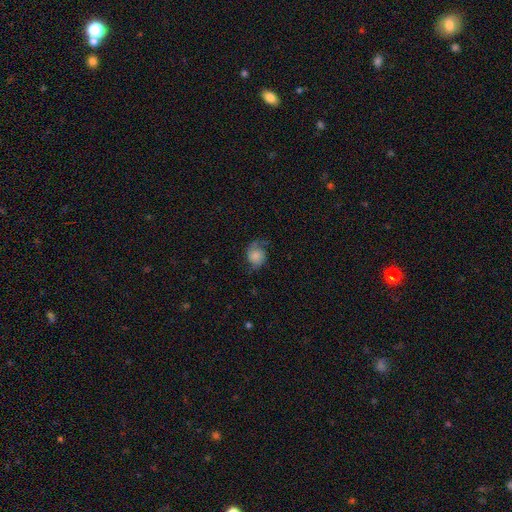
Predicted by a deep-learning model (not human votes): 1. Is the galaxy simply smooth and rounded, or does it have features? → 51% smooth, 39% featured or disk, 10% star or artifact.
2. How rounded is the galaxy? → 65% round, 34% in between, 1% cigar-shaped.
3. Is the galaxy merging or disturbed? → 58% none, 27% minor disturbance, 14% major disturbance, 1% merger.